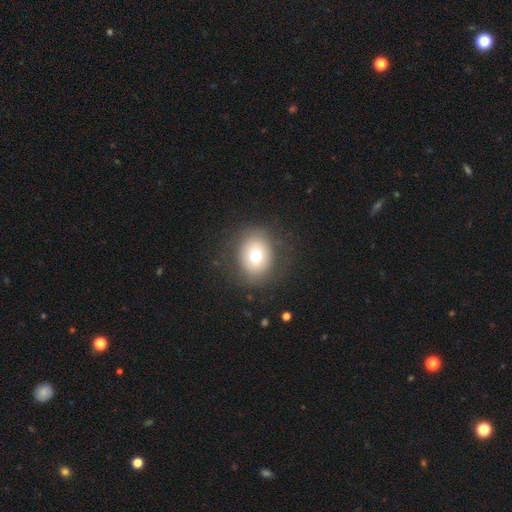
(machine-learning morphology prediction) Q: Smooth or featured?
A: smooth (70%); runner-up: featured or disk (19%)
Q: How rounded?
A: round (62%); runner-up: in between (37%)
Q: Merging?
A: none (80%); runner-up: minor disturbance (12%)